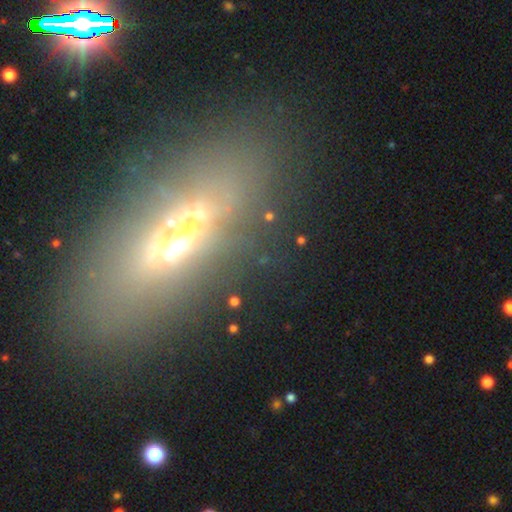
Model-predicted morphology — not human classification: Smooth or featured? featured or disk (46%)
Merging? none (71%)